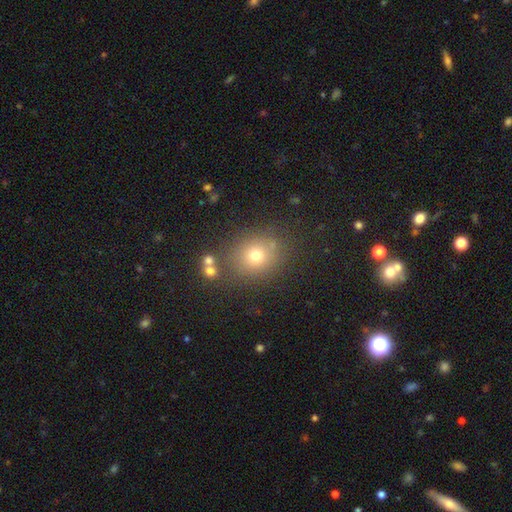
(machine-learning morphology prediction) A smooth galaxy with no disk features (71%) that is round (73%).

Vote fractions:
- Smooth or featured? smooth: 71% / star or artifact: 18% / featured or disk: 11%
- How rounded? round: 73% / in between: 26% / cigar-shaped: 1%
- Merging? none: 77% / minor disturbance: 11% / merger: 7% / major disturbance: 5%